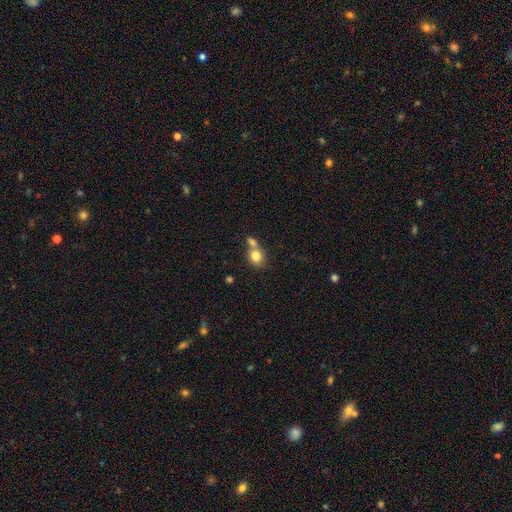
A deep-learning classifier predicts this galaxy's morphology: Smooth or featured? smooth (80%)
How rounded? round (67%)
Merging? merger (49%)